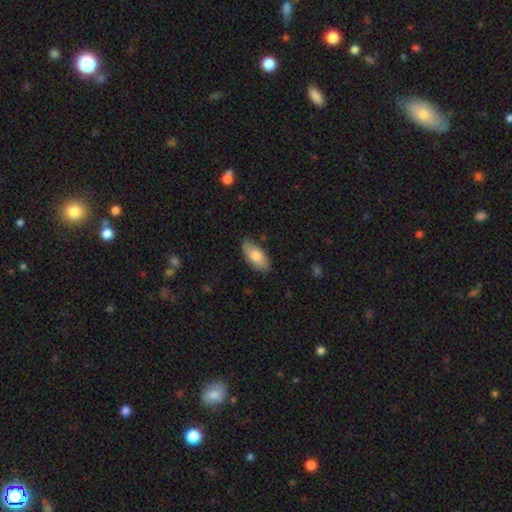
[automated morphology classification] Smooth or featured? smooth (80%)
How rounded? in between (91%)
Merging? none (81%)